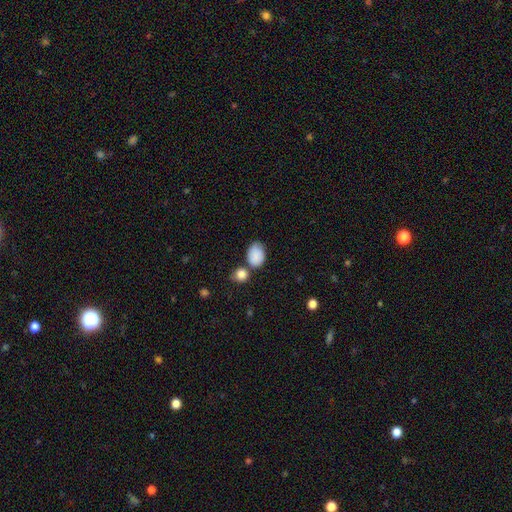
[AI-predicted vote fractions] A smooth galaxy with no disk features (86%) that is in between round and cigar-shaped (79%). Merging: none (56%).